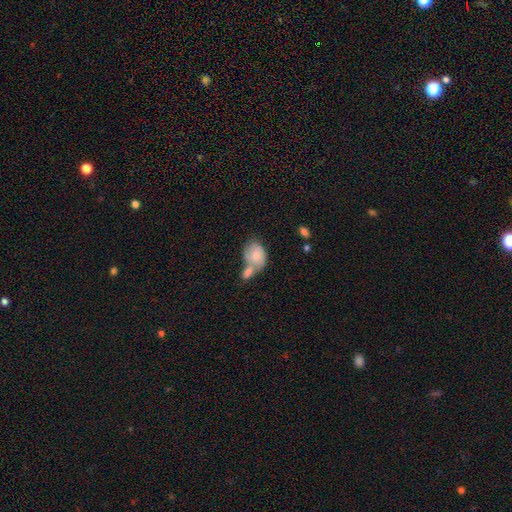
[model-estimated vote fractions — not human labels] smooth-or-featured: smooth: 69% | featured or disk: 25% | star or artifact: 7%
  how-rounded: in between: 69% | round: 30% | cigar-shaped: 1%
  merging: merger: 55% | none: 25% | minor disturbance: 13% | major disturbance: 7%